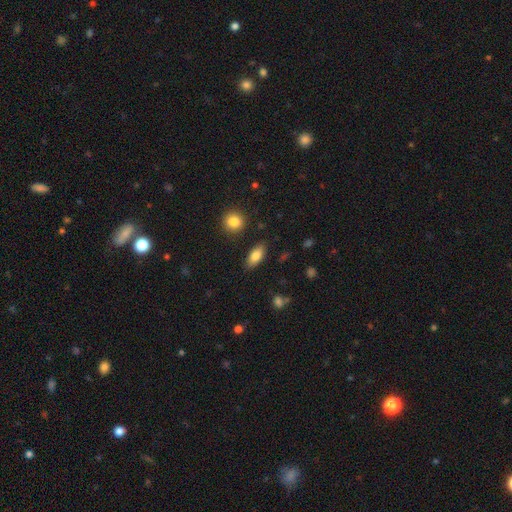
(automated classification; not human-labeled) A smooth galaxy with no disk features (80%) that is in between round and cigar-shaped (84%).

Vote fractions:
- Smooth or featured? smooth: 80% / featured or disk: 13% / star or artifact: 7%
- How rounded? in between: 84% / cigar-shaped: 12% / round: 3%
- Merging? none: 84% / minor disturbance: 11% / major disturbance: 3% / merger: 2%